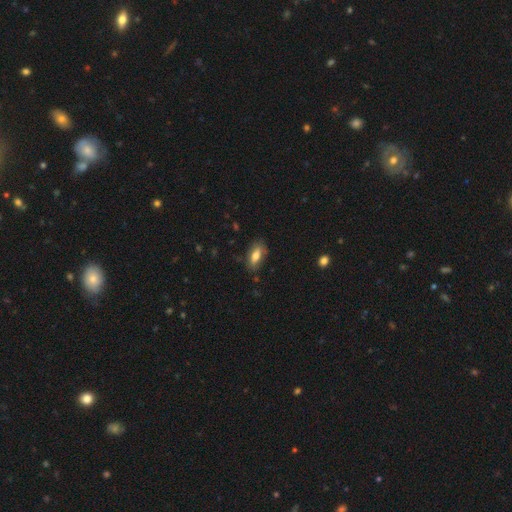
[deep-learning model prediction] The model was most divided on "smooth or featured": smooth: 70%, featured or disk: 22%, star or artifact: 7%. More confident: how rounded — in between (81%); merging — none (75%).